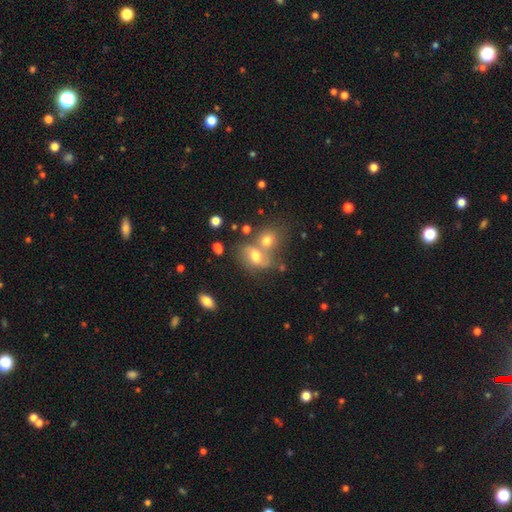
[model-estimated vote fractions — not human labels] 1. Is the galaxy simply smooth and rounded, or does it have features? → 58% smooth, 29% featured or disk, 14% star or artifact.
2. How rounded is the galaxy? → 70% in between, 28% round, 2% cigar-shaped.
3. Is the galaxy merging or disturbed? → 45% merger, 35% none, 13% minor disturbance, 7% major disturbance.